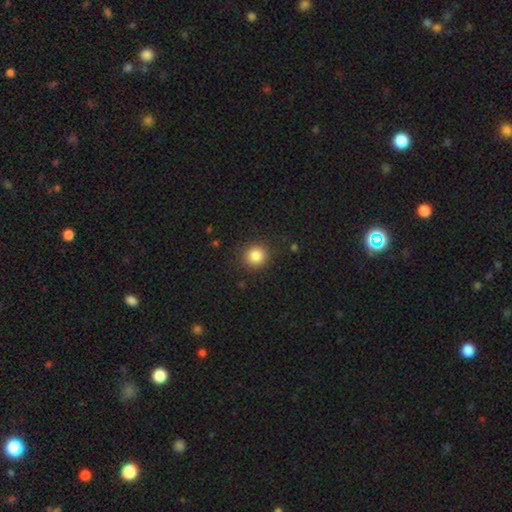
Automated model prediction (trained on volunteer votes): Smooth or featured? smooth (85%)
How rounded? round (89%)
Merging? none (88%)